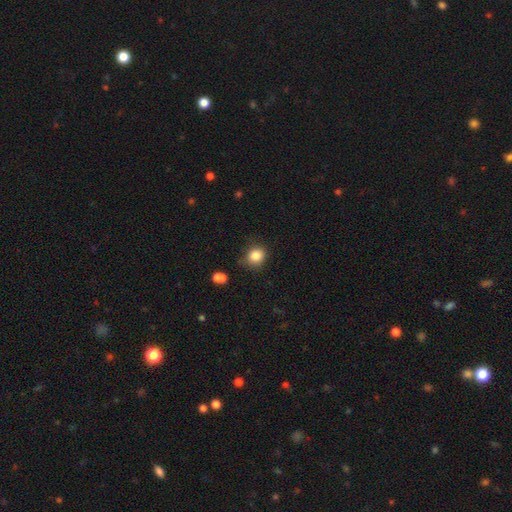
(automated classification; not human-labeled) smooth 84%, star or artifact 11%, featured or disk 5%. Down the decision tree: how rounded — round (77%); merging — none (77%).